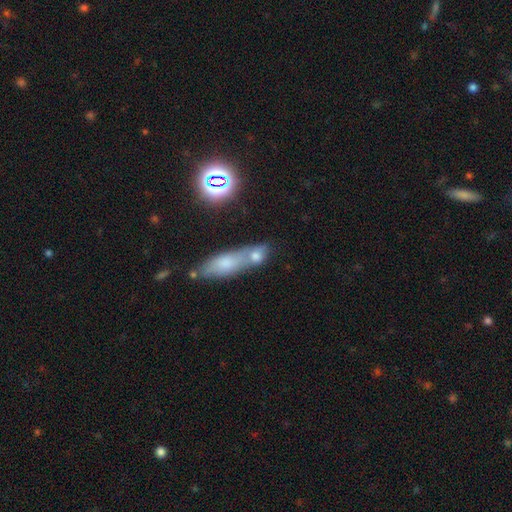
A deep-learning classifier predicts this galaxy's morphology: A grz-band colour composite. It shows a smooth galaxy with no disk features (68%) that is in between round and cigar-shaped (51%). Merging: merger (43%).